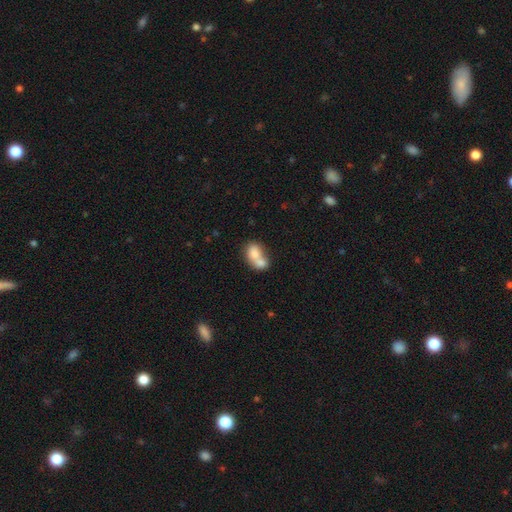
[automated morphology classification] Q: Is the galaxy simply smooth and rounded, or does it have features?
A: smooth — 74%.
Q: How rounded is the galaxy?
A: in between — 66%.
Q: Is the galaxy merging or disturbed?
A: merger — 71%.